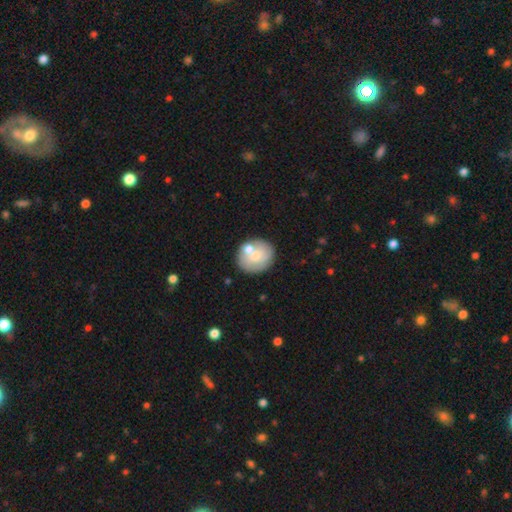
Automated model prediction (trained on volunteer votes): smooth-or-featured: smooth: 68% | featured or disk: 25% | star or artifact: 7%
  how-rounded: round: 74% | in between: 25% | cigar-shaped: 1%
  merging: none: 63% | merger: 18% | minor disturbance: 14% | major disturbance: 5%